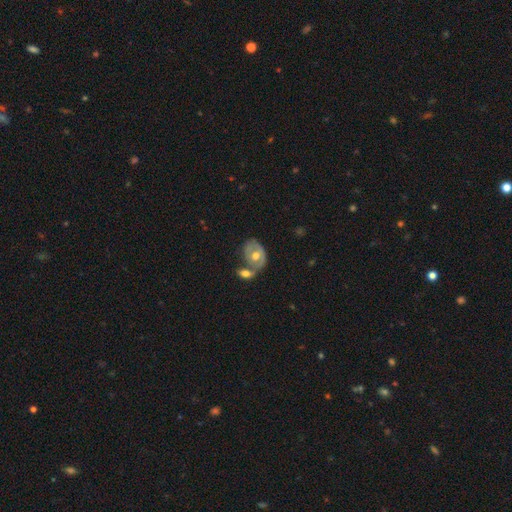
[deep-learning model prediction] Morphology: type=featured or disk (54%); edge-on=no (94%); bar=no (78%); spiral arms=no (59%); bulge=moderate (77%); merging=merger (48%).